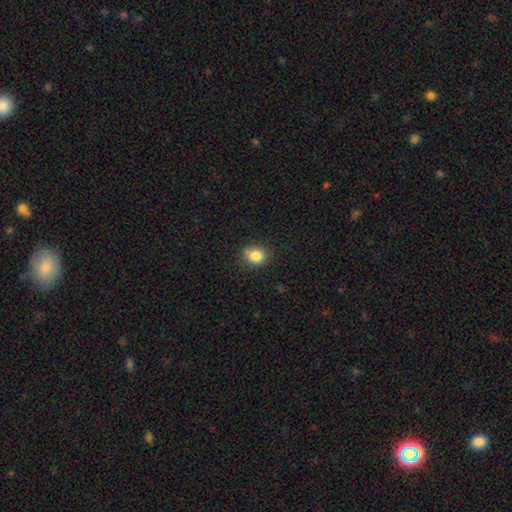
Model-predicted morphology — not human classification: Smooth or featured? smooth (83%)
How rounded? round (73%)
Merging? none (76%)